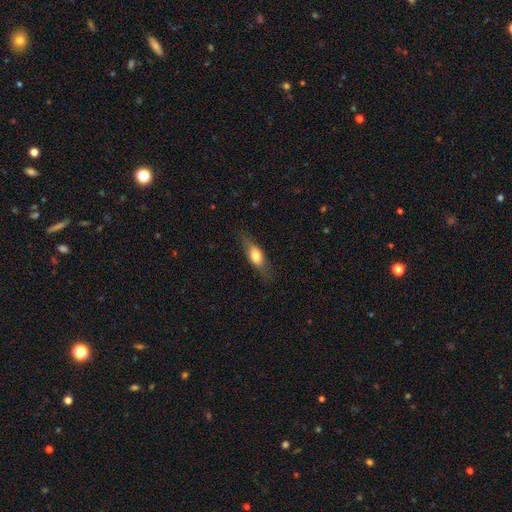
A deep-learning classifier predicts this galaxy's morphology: Q: Smooth or featured?
A: smooth (63%); runner-up: featured or disk (30%)
Q: How rounded?
A: in between (63%); runner-up: cigar-shaped (31%)
Q: Merging?
A: none (74%); runner-up: minor disturbance (18%)